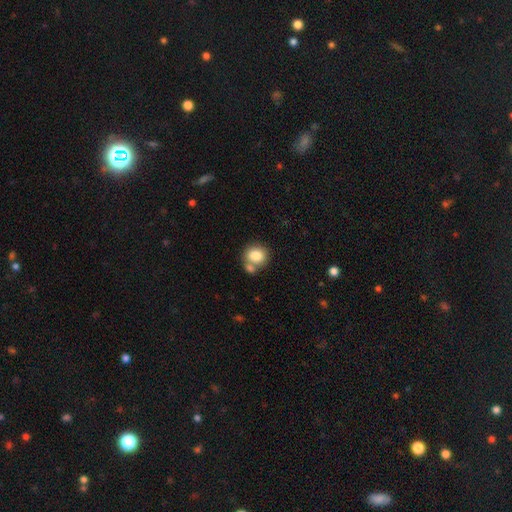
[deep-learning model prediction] Smooth or featured? Predicted: smooth (p=0.81). How rounded? Predicted: round (p=0.76). Merging? Predicted: none (p=0.55).